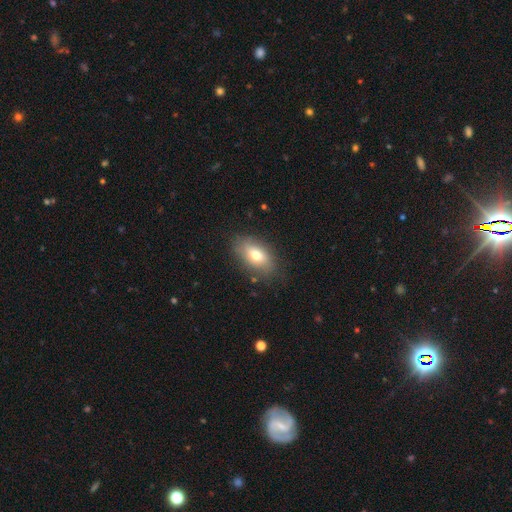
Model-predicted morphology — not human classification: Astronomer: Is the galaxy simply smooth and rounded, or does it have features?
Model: smooth — 71%.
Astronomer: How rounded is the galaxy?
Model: in between — 87%.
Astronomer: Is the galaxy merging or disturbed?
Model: none — 80%.